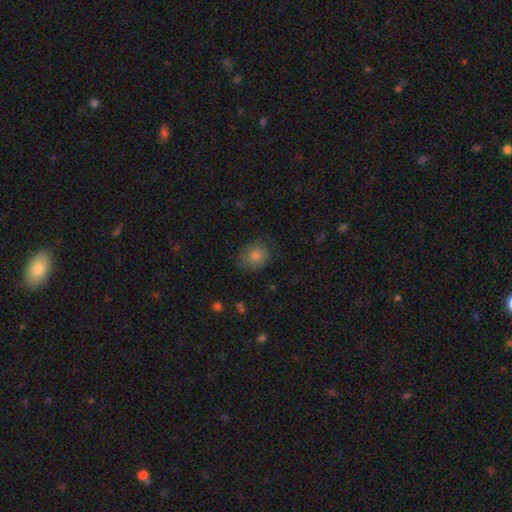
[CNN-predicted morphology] Smooth or featured?
  - smooth: 80% *
  - star or artifact: 12%
  - featured or disk: 8%
How rounded?
  - round: 66% *
  - in between: 33%
  - cigar-shaped: 1%
Merging?
  - none: 78% *
  - minor disturbance: 17%
  - major disturbance: 4%
  - merger: 1%